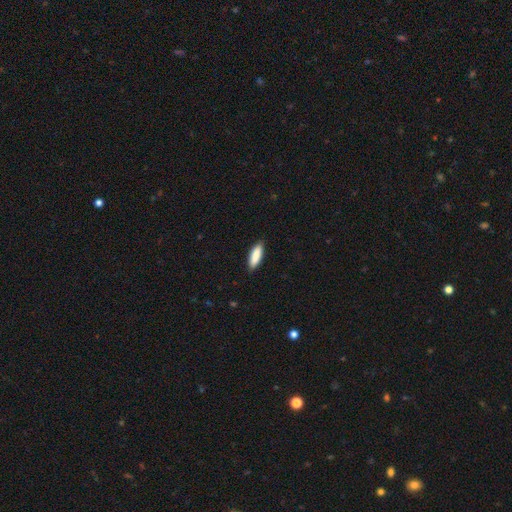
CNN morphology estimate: Smooth or featured?
  - smooth: 87% *
  - featured or disk: 8%
  - star or artifact: 5%
How rounded?
  - in between: 50% *
  - cigar-shaped: 48%
  - round: 2%
Merging?
  - none: 87% *
  - minor disturbance: 10%
  - major disturbance: 2%
  - merger: 1%